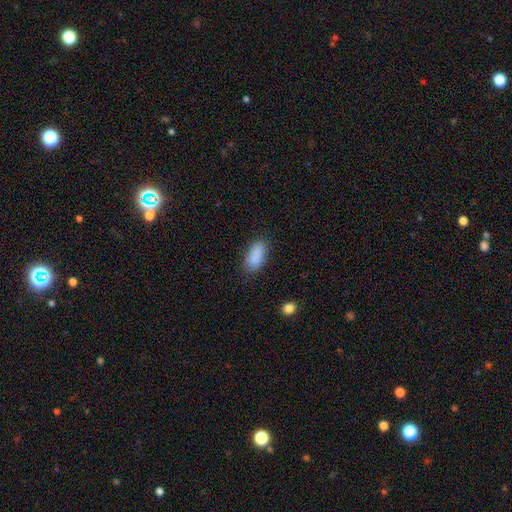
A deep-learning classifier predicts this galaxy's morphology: Smooth or featured? smooth (89%)
How rounded? in between (87%)
Merging? none (82%)